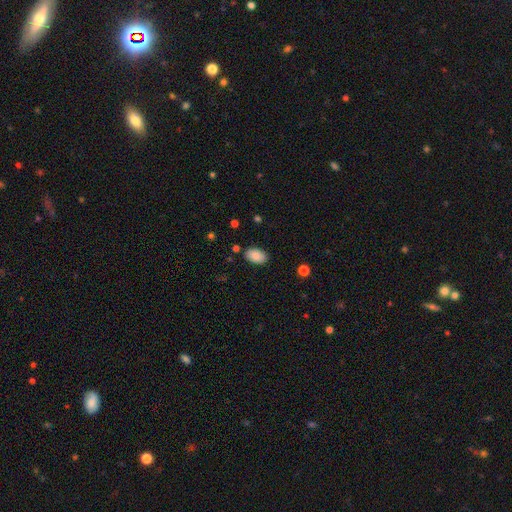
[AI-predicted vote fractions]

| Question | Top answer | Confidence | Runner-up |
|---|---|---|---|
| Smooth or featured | smooth | 86% | star or artifact (7%) |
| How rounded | in between | 92% | round (7%) |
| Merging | none | 85% | minor disturbance (11%) |